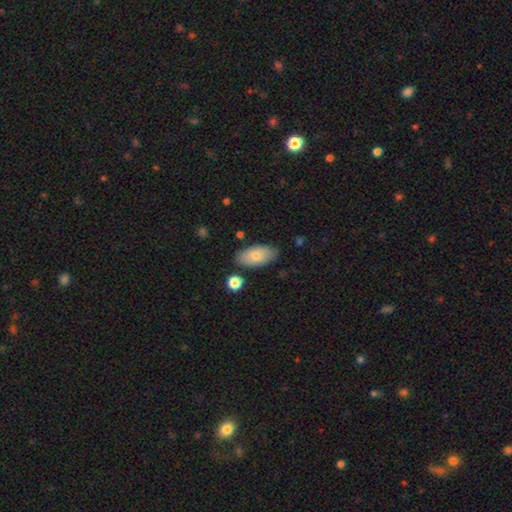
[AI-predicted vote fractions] smooth 78%, featured or disk 15%, star or artifact 6%. Down the decision tree: how rounded — in between (94%); merging — none (82%).